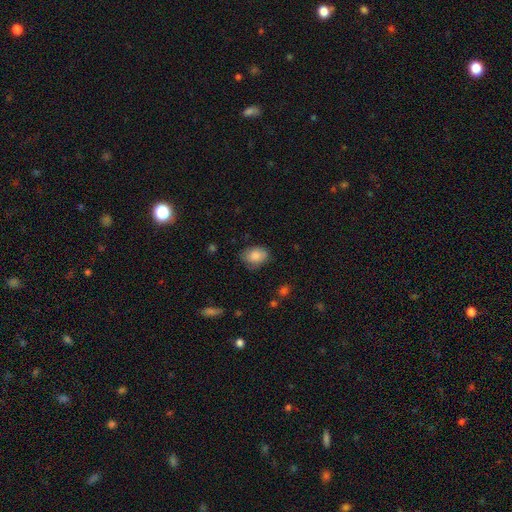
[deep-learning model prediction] The model was most divided on "how rounded": in between: 73%, round: 26%, cigar-shaped: 1%. More confident: smooth or featured — smooth (83%); merging — none (70%).